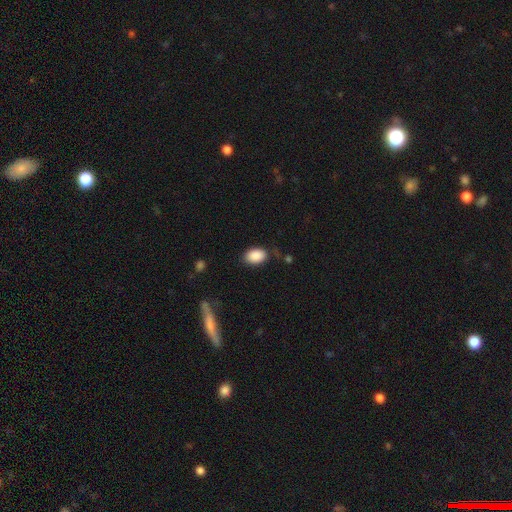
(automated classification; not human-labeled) Q: Smooth or featured?
A: smooth (89%); runner-up: star or artifact (7%)
Q: How rounded?
A: in between (85%); runner-up: round (13%)
Q: Merging?
A: none (79%); runner-up: minor disturbance (15%)